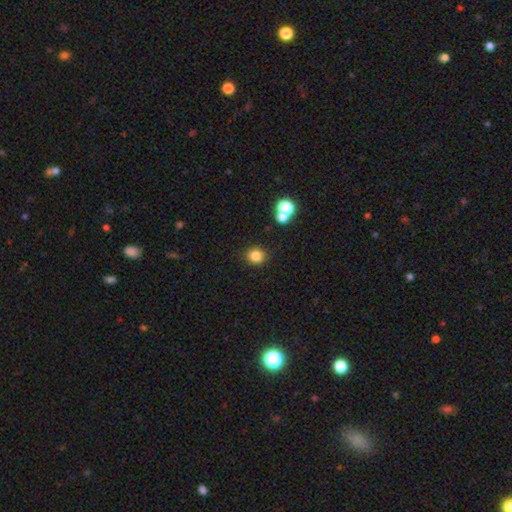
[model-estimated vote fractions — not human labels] Overall: smooth (81%). How rounded: round (85%). Merging: none (87%).